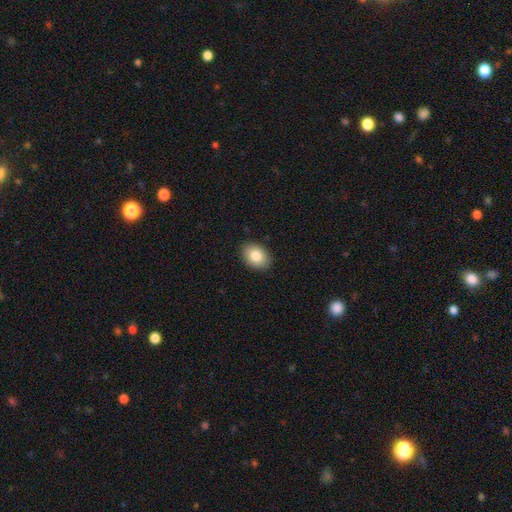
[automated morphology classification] type=smooth (83%); roundness=in between (75%); merging=none (89%).